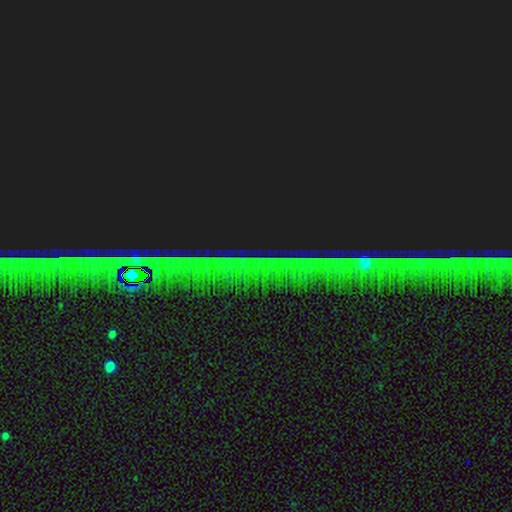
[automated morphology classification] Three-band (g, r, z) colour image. It shows a star or artifact, not a galaxy (85%).